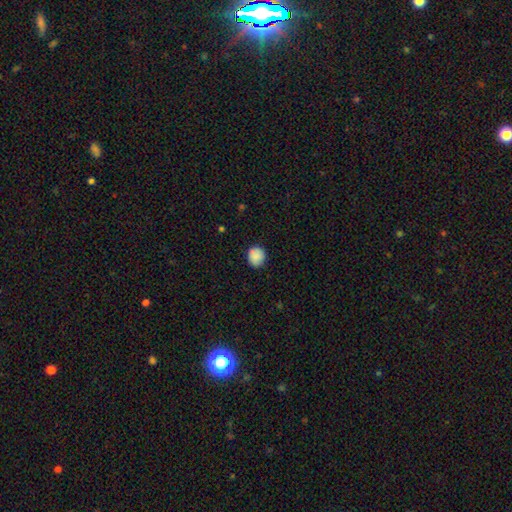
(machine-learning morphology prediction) Smooth or featured? Predicted: smooth (p=0.87). How rounded? Predicted: round (p=0.80). Merging? Predicted: none (p=0.83).